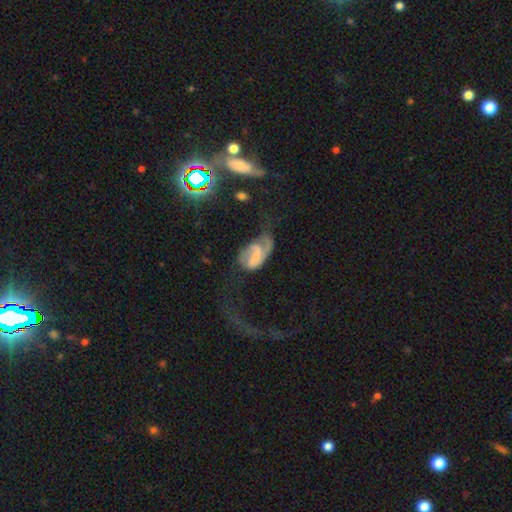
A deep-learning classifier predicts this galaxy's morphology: The model was most divided on "bar": weak: 40%, no: 31%, strong: 28%. Remaining: edge-on disk — no (97%); spiral arms — yes (81%); smooth or featured — featured or disk (61%); bulge size — none (48%); merging — major disturbance (46%).